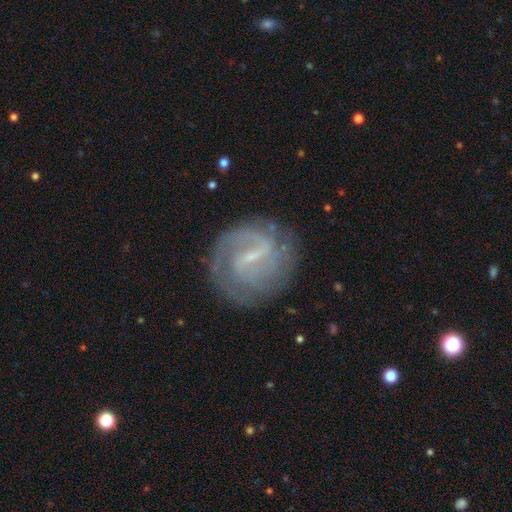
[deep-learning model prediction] A featured or disk galaxy (82%) with a weak bar (47%), 2 (60%) tight (47%) spiral arms (93%) and a small central bulge (70%). Merging: none (79%).